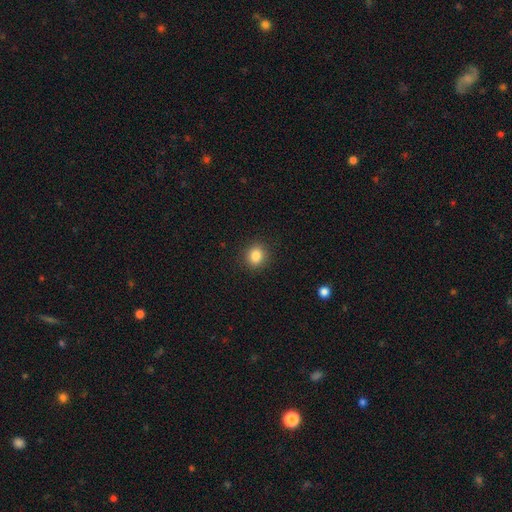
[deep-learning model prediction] A smooth galaxy with no disk features (85%) that is round (77%).

Vote fractions:
- Smooth or featured? smooth: 85% / star or artifact: 11% / featured or disk: 5%
- How rounded? round: 77% / in between: 22% / cigar-shaped: 1%
- Merging? none: 91% / minor disturbance: 6% / major disturbance: 2% / merger: 1%